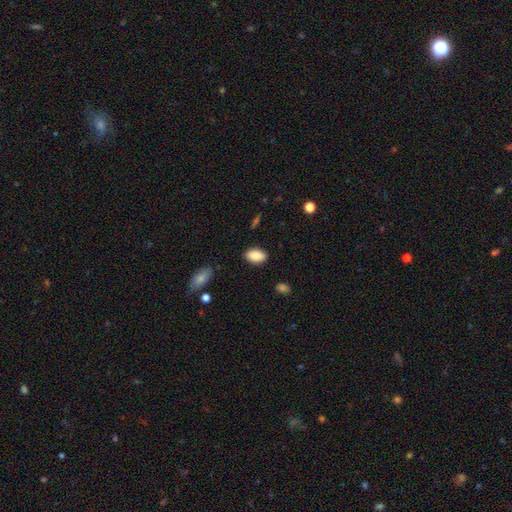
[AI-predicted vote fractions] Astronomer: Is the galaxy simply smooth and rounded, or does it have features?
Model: smooth — 85%.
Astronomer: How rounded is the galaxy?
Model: in between — 92%.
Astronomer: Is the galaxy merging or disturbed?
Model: none — 87%.